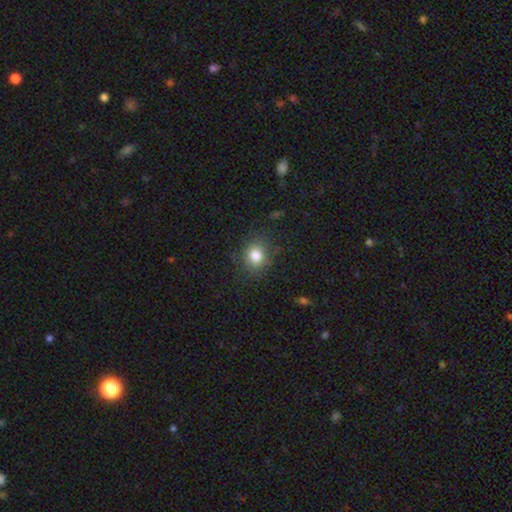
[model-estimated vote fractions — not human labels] A smooth galaxy with no disk features (81%) that is round (69%). Merging: none (81%).